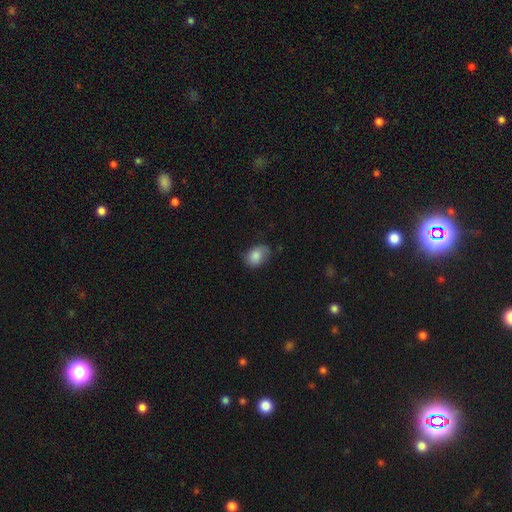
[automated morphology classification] type=smooth (82%); roundness=in between (73%); merging=none (61%).